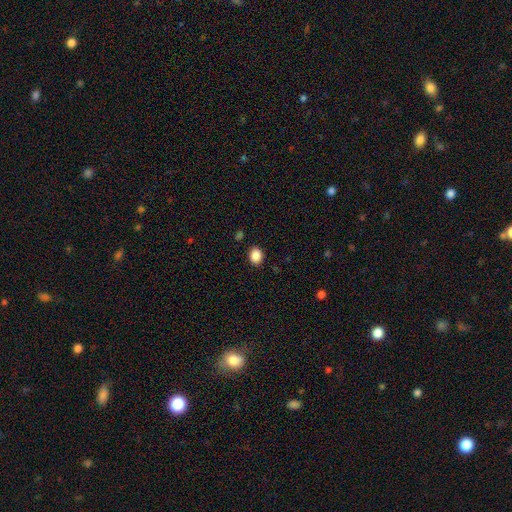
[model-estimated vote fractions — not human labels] The model was most divided on "how rounded": in between: 51%, round: 48%, cigar-shaped: 1%. More confident: merging — none (89%); smooth or featured — smooth (88%).